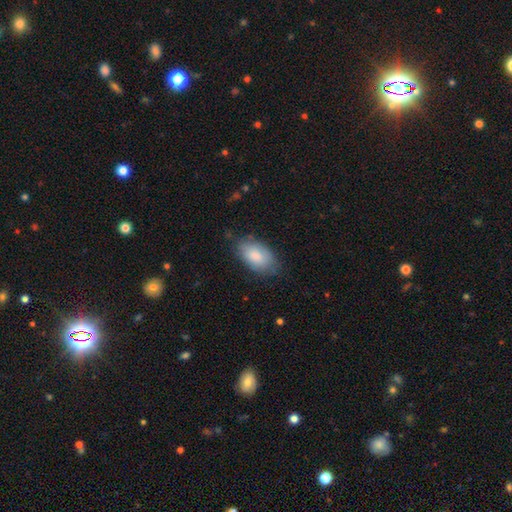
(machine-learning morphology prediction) smooth-or-featured: smooth: 84% | featured or disk: 10% | star or artifact: 6%
  how-rounded: in between: 94% | round: 4% | cigar-shaped: 2%
  merging: none: 73% | minor disturbance: 21% | major disturbance: 5% | merger: 1%